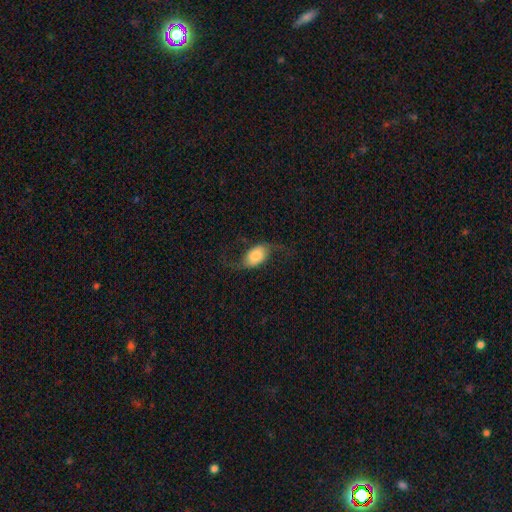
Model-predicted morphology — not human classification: Smooth or featured: featured or disk — 48% (smooth — 44%)
Merging: none — 59% (major disturbance — 20%)